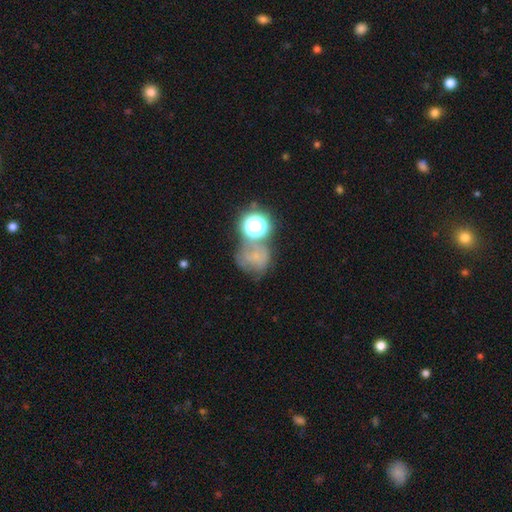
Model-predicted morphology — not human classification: smooth-or-featured: smooth: 41% | star or artifact: 31% | featured or disk: 27%
  merging: none: 42% | merger: 21% | minor disturbance: 19% | major disturbance: 18%